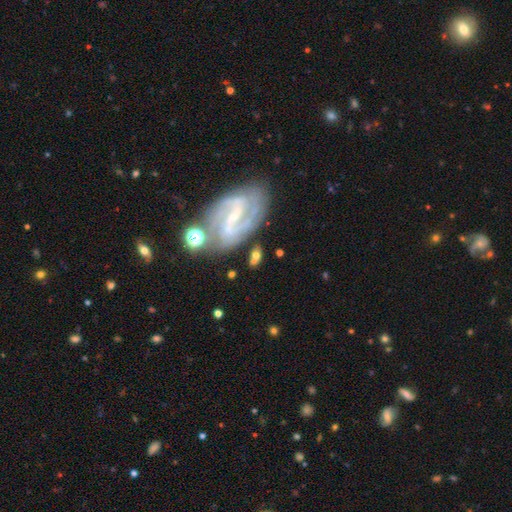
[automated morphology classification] Q: Smooth or featured?
A: featured or disk (64%); runner-up: smooth (27%)
Q: Edge-on disk?
A: no (93%); runner-up: yes (7%)
Q: Bar?
A: weak (40%); runner-up: no (30%)
Q: Spiral arms?
A: yes (82%); runner-up: no (18%)
Q: Bulge size?
A: small (71%); runner-up: moderate (18%)
Q: Merging?
A: none (66%); runner-up: minor disturbance (17%)